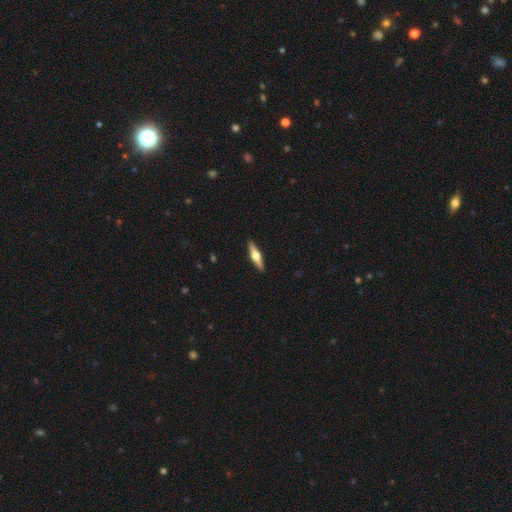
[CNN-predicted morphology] A featured or disk galaxy (69%) viewed edge-on (97%) with a rounded central bulge (95%). Merging: none (92%).